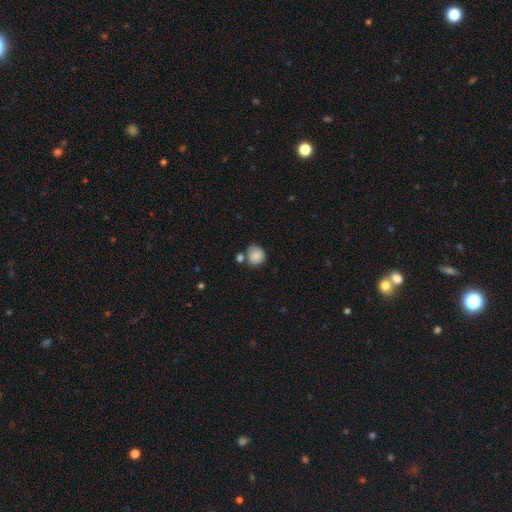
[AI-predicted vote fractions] The model was most divided on "merging": none: 55%, merger: 20%, minor disturbance: 20%, major disturbance: 6%. More confident: how rounded — round (83%); smooth or featured — smooth (82%).